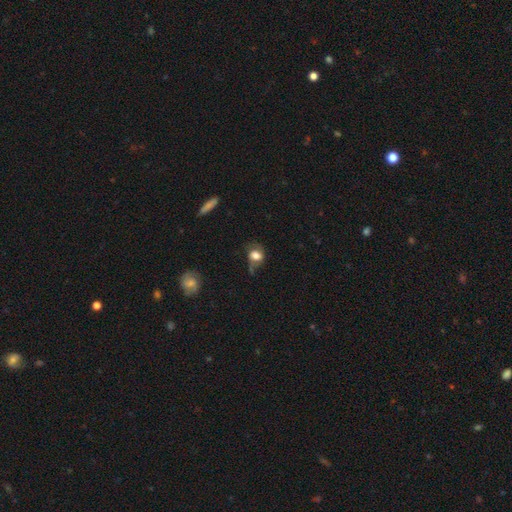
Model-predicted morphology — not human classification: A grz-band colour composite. It shows a smooth galaxy with no disk features (65%) that is round (50%). Merging: none (41%).